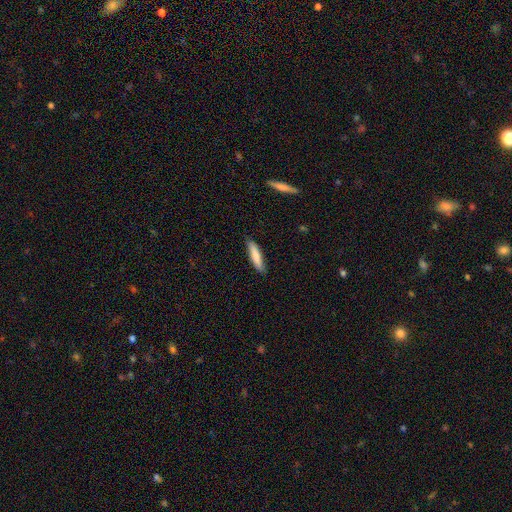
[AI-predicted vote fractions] Smooth or featured: smooth — 79% (featured or disk — 16%)
How rounded: cigar-shaped — 81% (in between — 18%)
Merging: none — 85% (minor disturbance — 12%)